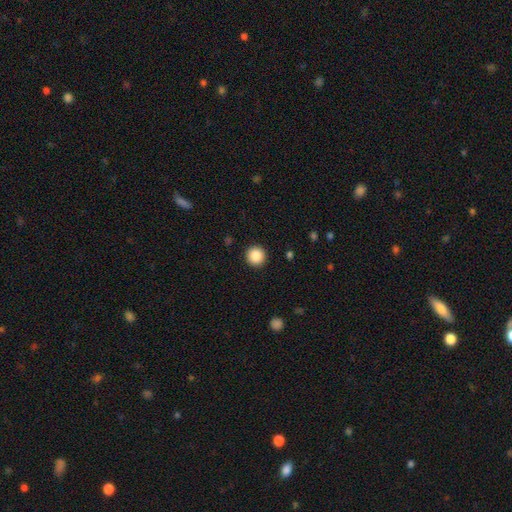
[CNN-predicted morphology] Smooth or featured?
  - smooth: 87% *
  - star or artifact: 9%
  - featured or disk: 4%
How rounded?
  - round: 96% *
  - in between: 3%
  - cigar-shaped: 1%
Merging?
  - none: 93% *
  - minor disturbance: 5%
  - major disturbance: 2%
  - merger: 1%